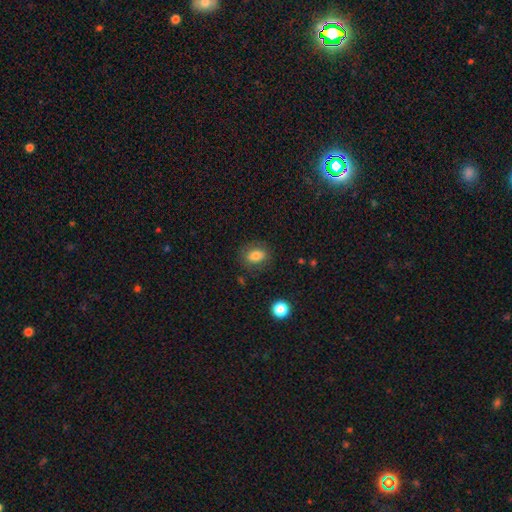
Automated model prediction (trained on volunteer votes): Smooth or featured: smooth — 79% (featured or disk — 11%)
How rounded: in between — 65% (round — 33%)
Merging: none — 78% (minor disturbance — 14%)